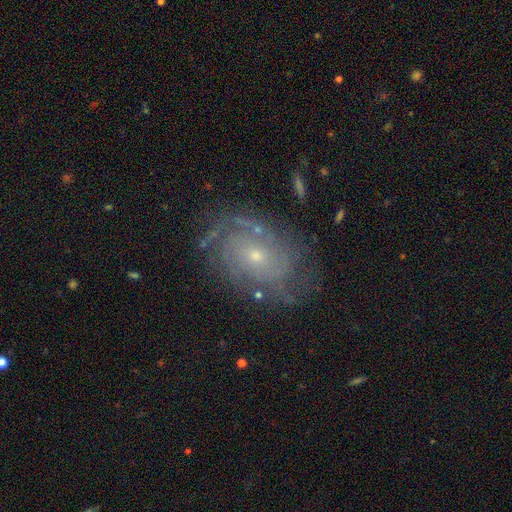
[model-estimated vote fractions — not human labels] This appears to be a featured or disk galaxy (84%) with no bar (77%), tight (68%) spiral arms (95%) and a small central bulge (71%). Merging: none (77%).